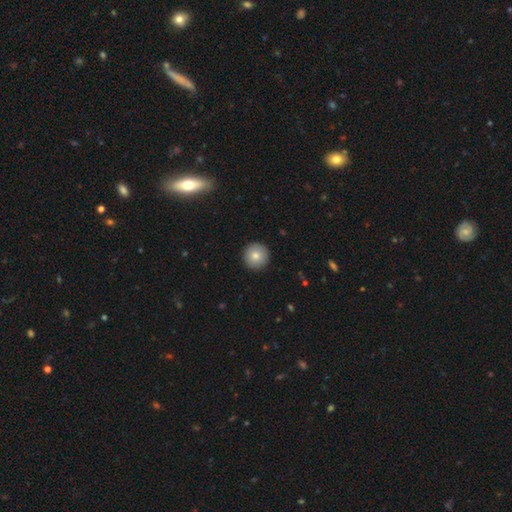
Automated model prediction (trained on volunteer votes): smooth_or_featured: smooth (p=0.81) [alt: featured or disk p=0.11]
how_rounded: round (p=0.96) [alt: in between p=0.03]
merging: none (p=0.93) [alt: minor disturbance p=0.05]